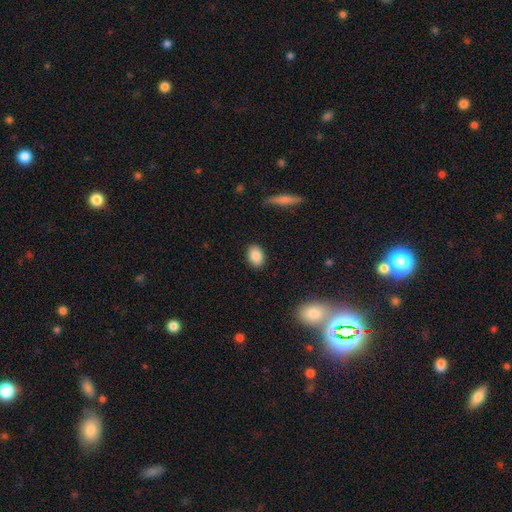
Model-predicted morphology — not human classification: Overall: smooth (88%). How rounded: in between (82%). Merging: none (88%).